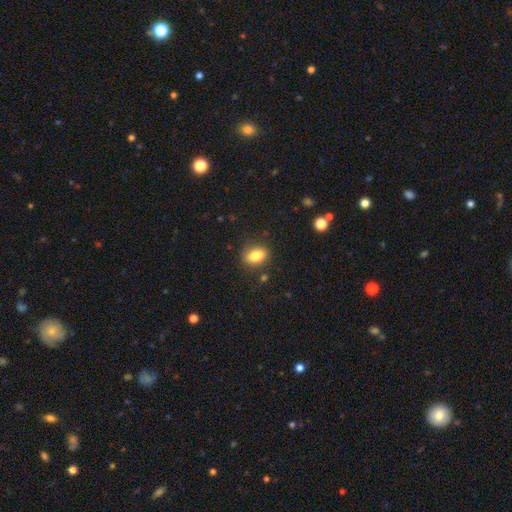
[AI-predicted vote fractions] Smooth or featured? smooth (82%)
How rounded? in between (80%)
Merging? none (80%)